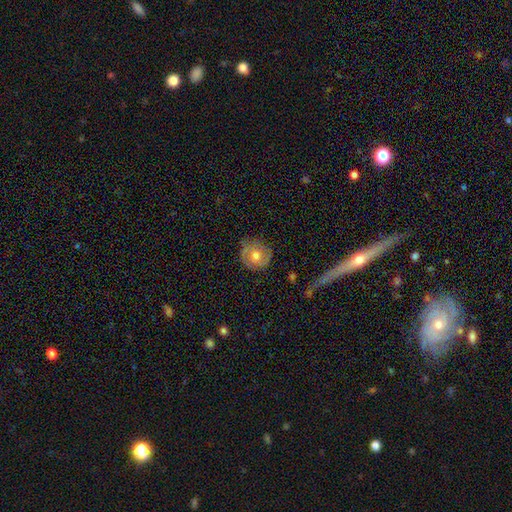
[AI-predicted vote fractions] A smooth galaxy with no disk features (52%) that is round (85%). Merging: none (71%).